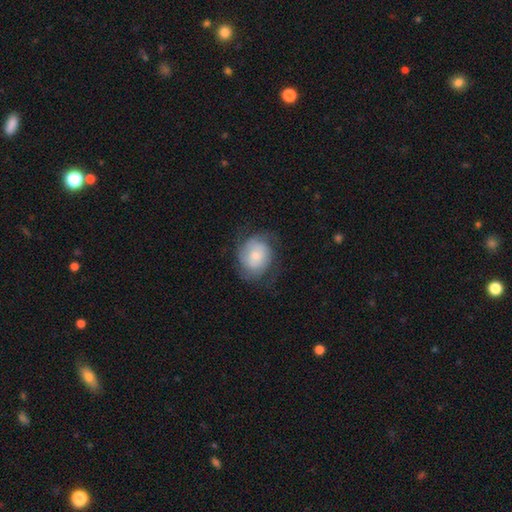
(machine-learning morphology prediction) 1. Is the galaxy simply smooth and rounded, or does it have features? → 49% smooth, 43% featured or disk, 8% star or artifact.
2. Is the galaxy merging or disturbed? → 61% none, 23% minor disturbance, 15% major disturbance, 1% merger.